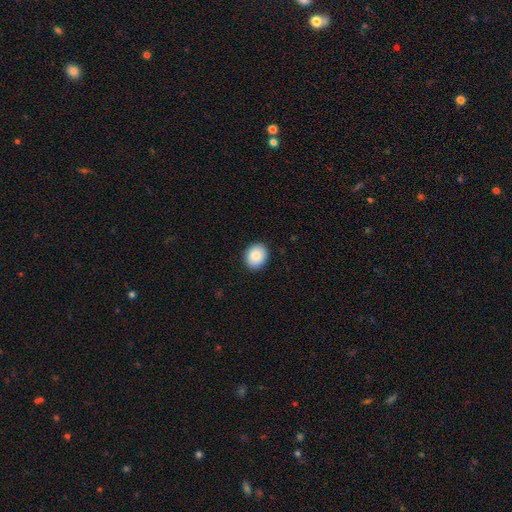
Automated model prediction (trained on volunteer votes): Smooth or featured: smooth — 86% (star or artifact — 7%)
How rounded: round — 61% (in between — 38%)
Merging: none — 89% (minor disturbance — 8%)